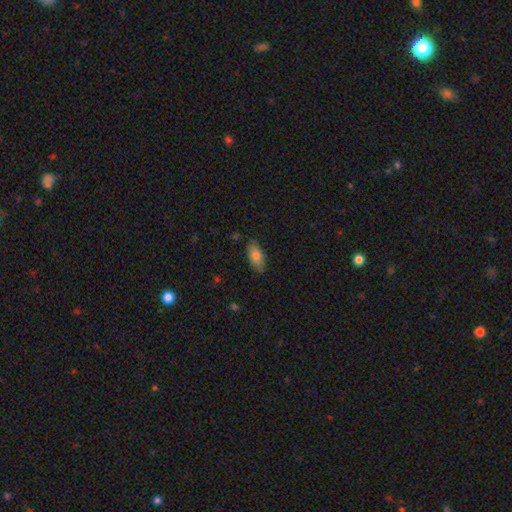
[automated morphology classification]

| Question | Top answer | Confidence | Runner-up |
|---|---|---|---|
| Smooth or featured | smooth | 78% | featured or disk (15%) |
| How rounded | in between | 86% | cigar-shaped (11%) |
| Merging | none | 82% | minor disturbance (14%) |